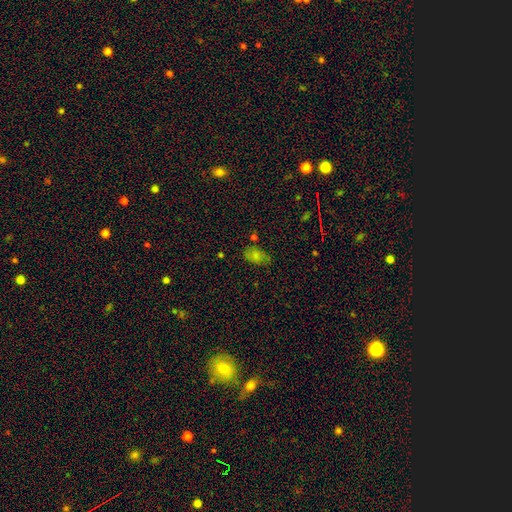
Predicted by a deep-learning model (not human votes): Smooth or featured? smooth (76%)
How rounded? in between (88%)
Merging? none (68%)